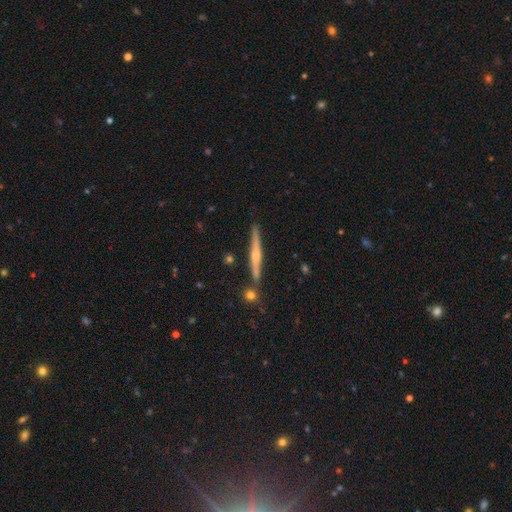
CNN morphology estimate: smooth_or_featured: featured or disk (p=0.65) [alt: smooth p=0.29]
disk_edge_on: yes (p=0.98) [alt: no p=0.02]
edge_on_bulge: rounded (p=0.59) [alt: none p=0.25]
merging: none (p=0.84) [alt: minor disturbance p=0.09]